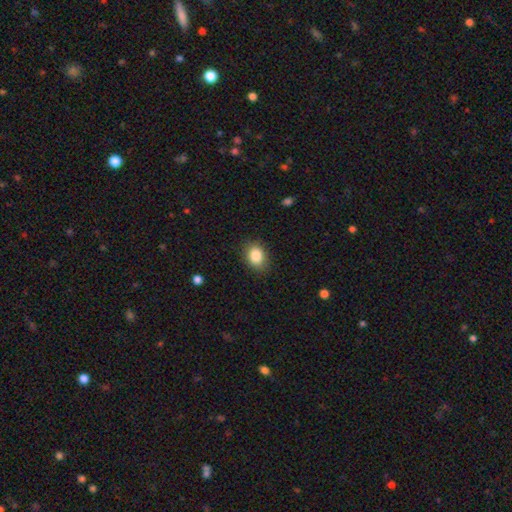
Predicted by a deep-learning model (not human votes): A smooth galaxy with no disk features (86%) that is in between round and cigar-shaped (64%). Merging: none (85%).